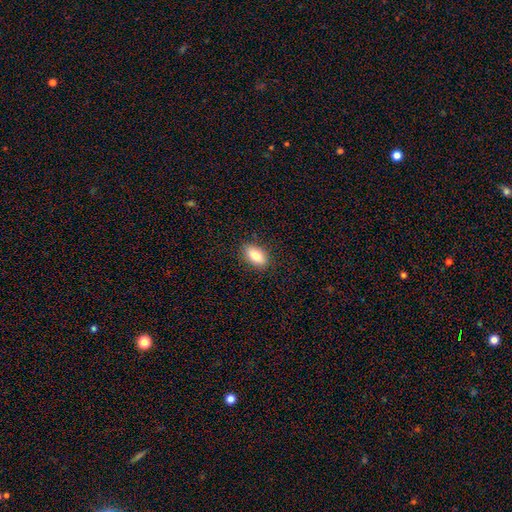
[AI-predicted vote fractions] A smooth galaxy with no disk features (84%) that is in between round and cigar-shaped (89%). Merging: none (87%).